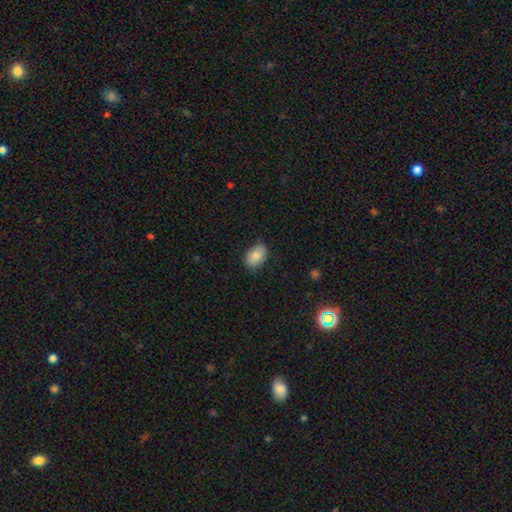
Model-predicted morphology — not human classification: Smooth or featured?
  - smooth: 81% *
  - featured or disk: 11%
  - star or artifact: 8%
How rounded?
  - in between: 82% *
  - round: 17%
  - cigar-shaped: 1%
Merging?
  - none: 80% *
  - minor disturbance: 16%
  - major disturbance: 3%
  - merger: 1%